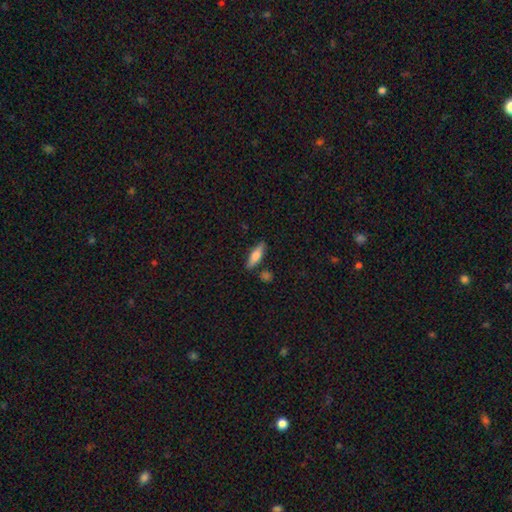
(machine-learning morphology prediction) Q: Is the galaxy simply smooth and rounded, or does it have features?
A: smooth — 61%.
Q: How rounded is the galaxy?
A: cigar-shaped — 54%.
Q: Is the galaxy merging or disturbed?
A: none — 83%.